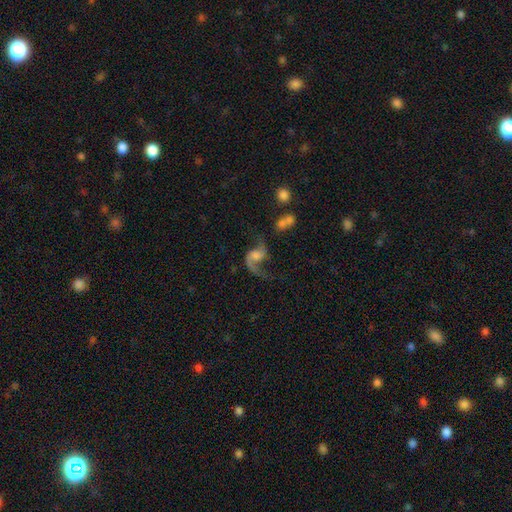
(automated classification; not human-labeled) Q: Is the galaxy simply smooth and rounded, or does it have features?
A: featured or disk — 85%.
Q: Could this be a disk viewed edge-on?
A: no — 97%.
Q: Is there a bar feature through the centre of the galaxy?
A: no — 50%.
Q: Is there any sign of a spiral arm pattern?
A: yes — 95%.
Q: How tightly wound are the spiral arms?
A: loose — 79%.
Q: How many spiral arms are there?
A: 2 — 85%.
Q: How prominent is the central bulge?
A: moderate — 37%.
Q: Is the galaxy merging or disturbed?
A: none — 53%.